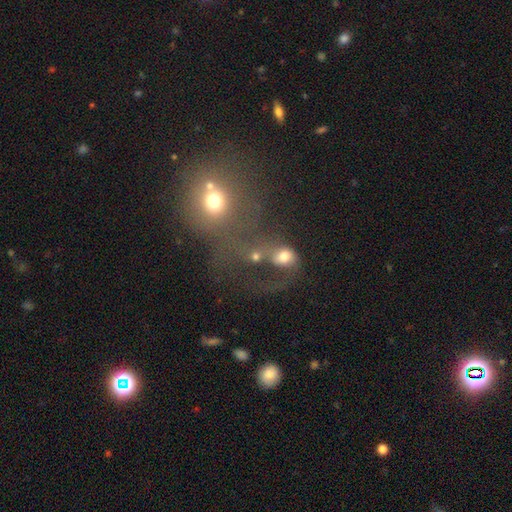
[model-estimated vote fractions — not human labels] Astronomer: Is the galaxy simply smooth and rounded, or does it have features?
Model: smooth — 54%.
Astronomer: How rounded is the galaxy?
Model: round — 58% (runner-up: in between, 39%).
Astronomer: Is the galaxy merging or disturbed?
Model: merger — 57%.